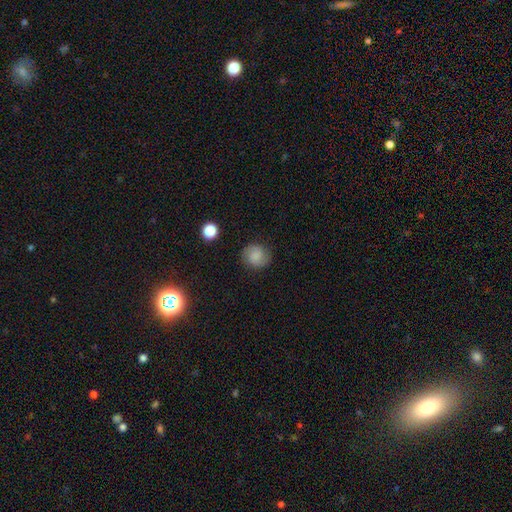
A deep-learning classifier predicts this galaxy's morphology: Smooth or featured? smooth (75%)
How rounded? round (80%)
Merging? none (82%)